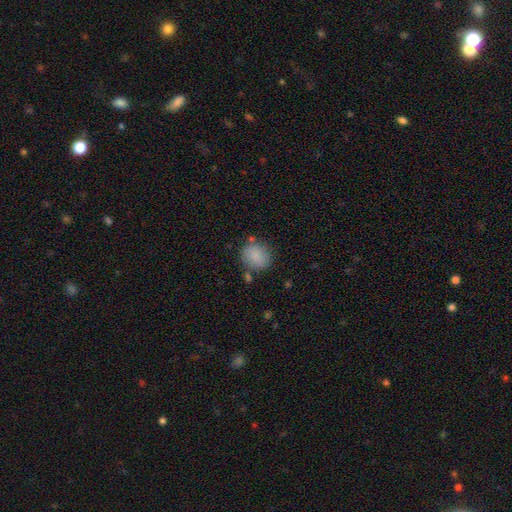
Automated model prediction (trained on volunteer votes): Overall: smooth (86%). How rounded: round (73%). Merging: none (75%).